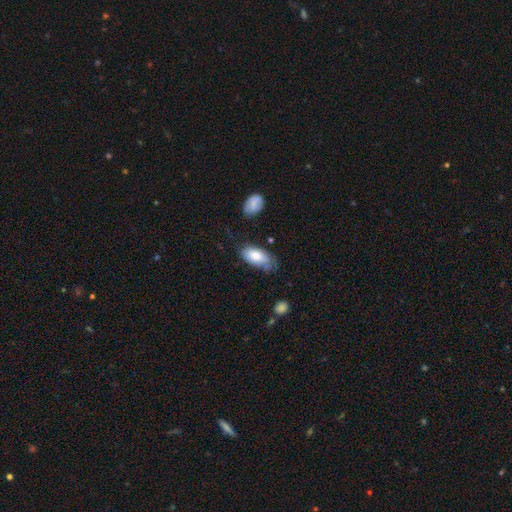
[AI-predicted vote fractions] The model was most divided on "merging": none: 50%, minor disturbance: 34%, major disturbance: 12%, merger: 3%. More confident: how rounded — in between (92%); smooth or featured — smooth (73%).